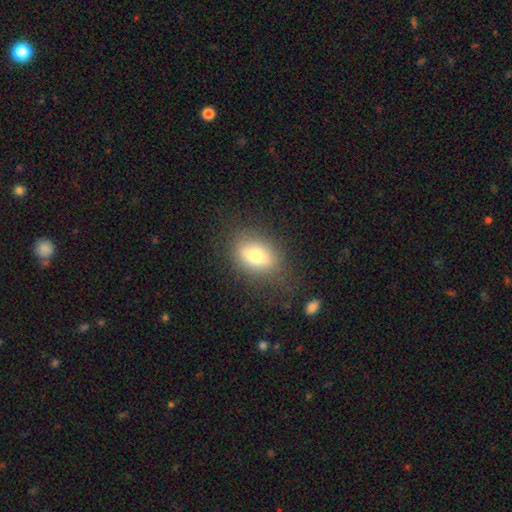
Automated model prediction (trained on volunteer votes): This appears to be a smooth galaxy with no disk features (67%) that is in between round and cigar-shaped (72%). Merging: none (73%).